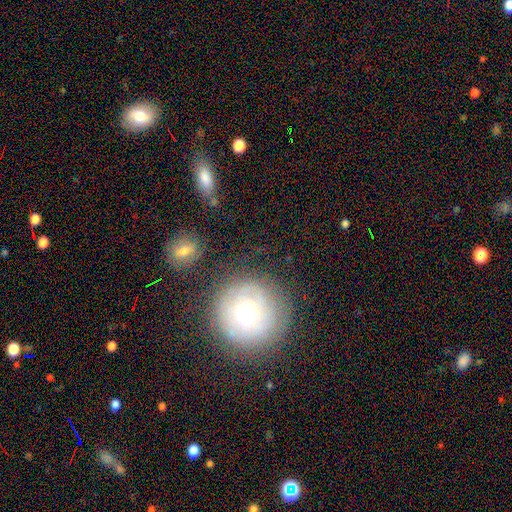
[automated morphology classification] A featured or disk galaxy (46%).

Vote fractions:
- Smooth or featured? featured or disk: 46% / smooth: 40% / star or artifact: 15%
- Merging? none: 79% / minor disturbance: 13% / major disturbance: 5% / merger: 3%